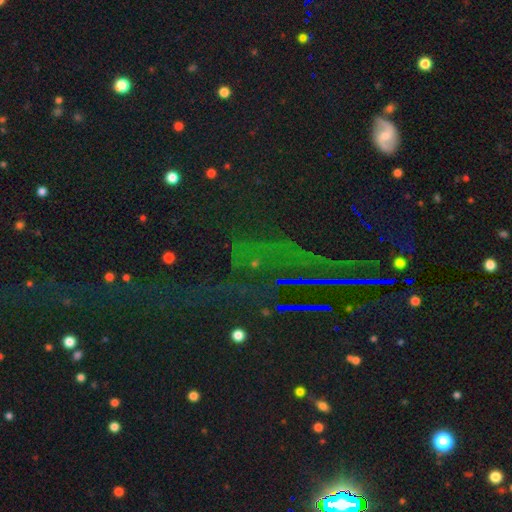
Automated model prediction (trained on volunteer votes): star or artifact 81%, smooth 11%, featured or disk 8%.